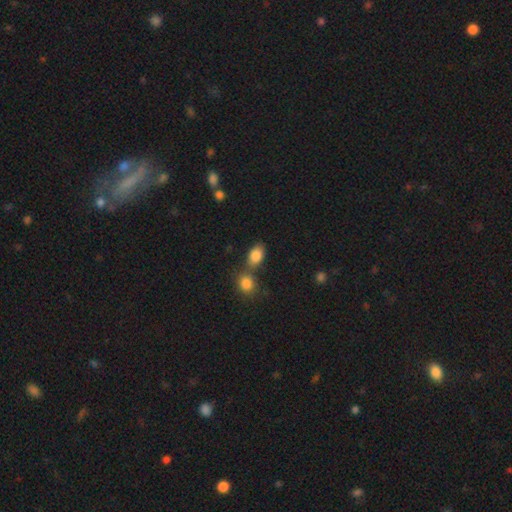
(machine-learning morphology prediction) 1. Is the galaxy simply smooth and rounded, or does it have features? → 85% smooth, 8% star or artifact, 7% featured or disk.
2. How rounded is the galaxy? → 85% in between, 13% round, 2% cigar-shaped.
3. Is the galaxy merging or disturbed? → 53% none, 31% merger, 12% minor disturbance, 4% major disturbance.